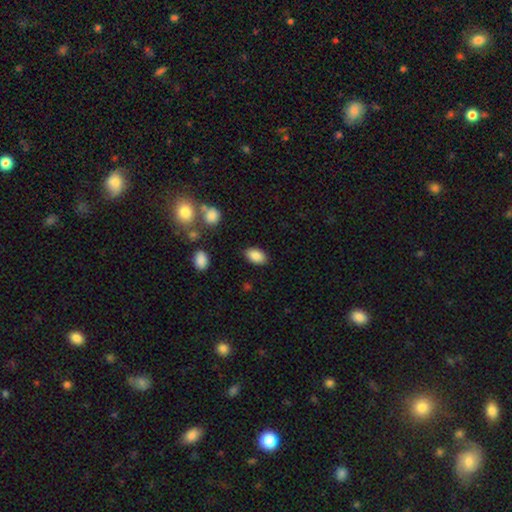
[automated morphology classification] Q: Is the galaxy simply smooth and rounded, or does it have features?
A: smooth — 87%.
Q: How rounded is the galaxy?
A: in between — 91%.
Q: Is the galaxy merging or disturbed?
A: none — 85%.